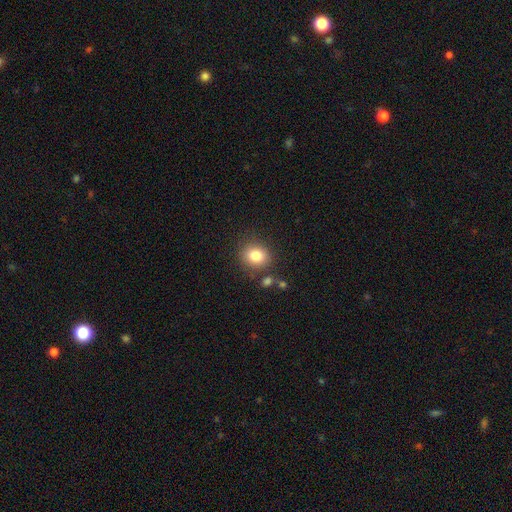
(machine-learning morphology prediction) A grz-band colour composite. It shows a smooth galaxy with no disk features (83%) that is round (68%). Merging: none (80%).